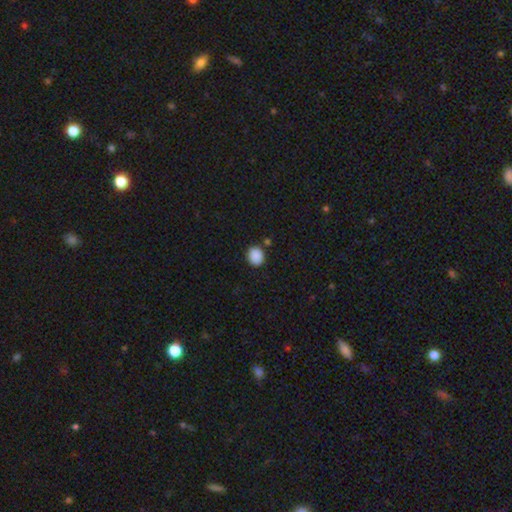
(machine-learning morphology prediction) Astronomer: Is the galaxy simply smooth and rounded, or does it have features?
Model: smooth — 89%.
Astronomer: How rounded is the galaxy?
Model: round — 62%.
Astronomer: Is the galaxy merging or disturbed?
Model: none — 85%.